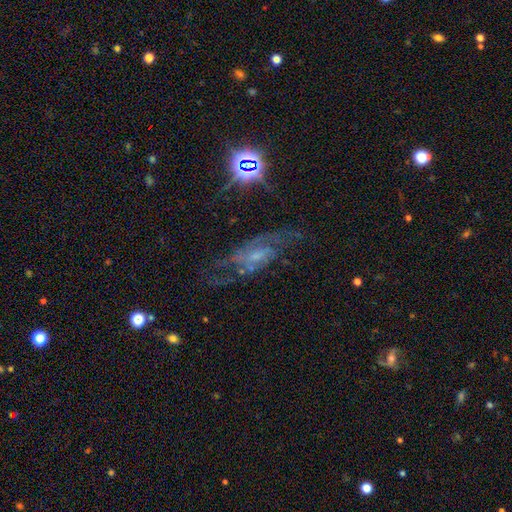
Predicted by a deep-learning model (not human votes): A featured or disk galaxy (72%) with no bar (44%, tied with weak), 2 (62%) medium (49%) spiral arms (90%) and a small central bulge (52%). Merging: none (62%).